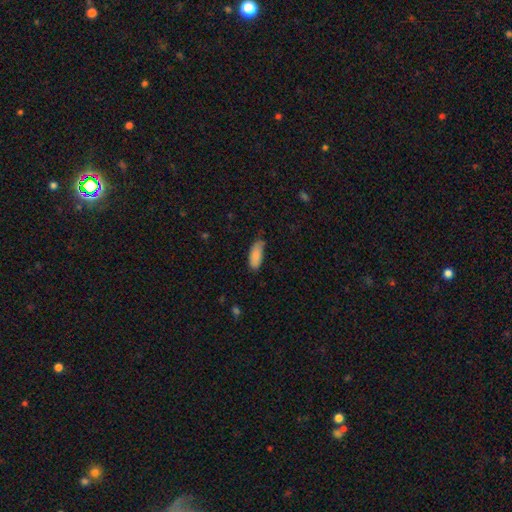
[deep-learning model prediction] Overall: smooth (87%). How rounded: in between (80%). Merging: none (60%; minor disturbance 32%).